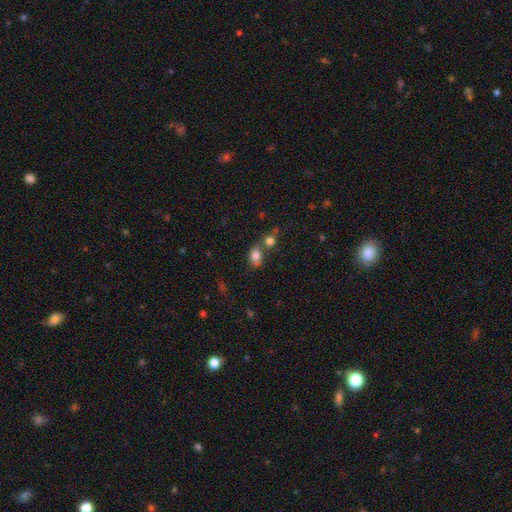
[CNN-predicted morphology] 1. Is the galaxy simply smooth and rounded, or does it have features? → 81% smooth, 11% star or artifact, 9% featured or disk.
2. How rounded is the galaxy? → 70% in between, 28% round, 2% cigar-shaped.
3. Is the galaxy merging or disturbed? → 43% none, 37% merger, 14% minor disturbance, 6% major disturbance.